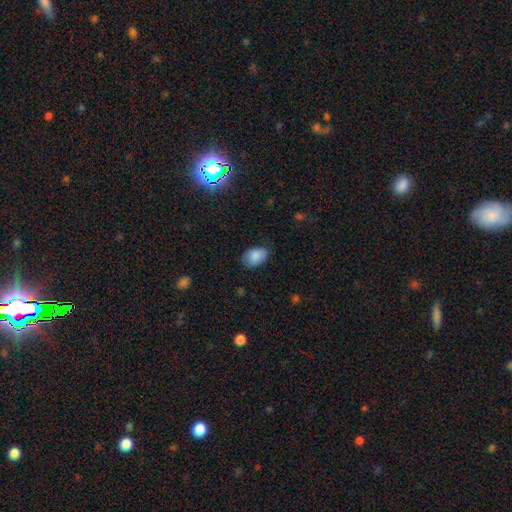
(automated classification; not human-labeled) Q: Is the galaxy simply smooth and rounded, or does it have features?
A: smooth — 86%.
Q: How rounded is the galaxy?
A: in between — 83%.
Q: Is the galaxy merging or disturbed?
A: none — 75%.